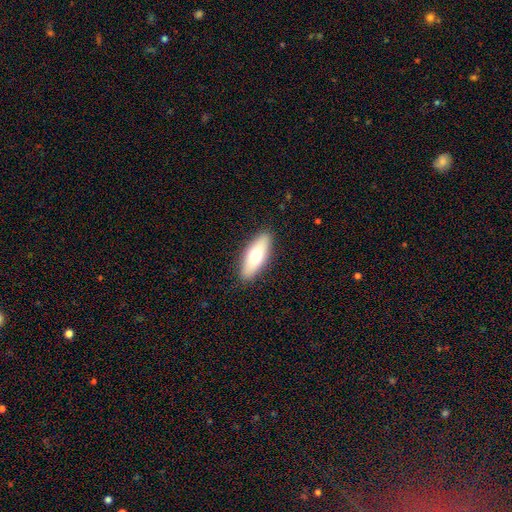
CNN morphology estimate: smooth_or_featured: smooth (p=0.66) [alt: featured or disk p=0.27]
how_rounded: in between (p=0.65) [alt: cigar-shaped p=0.32]
merging: none (p=0.89) [alt: minor disturbance p=0.08]